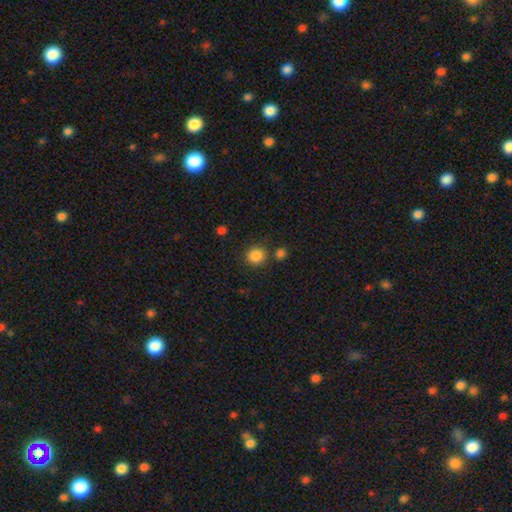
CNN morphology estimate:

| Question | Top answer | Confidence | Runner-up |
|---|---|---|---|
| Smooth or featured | smooth | 86% | star or artifact (11%) |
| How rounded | round | 90% | in between (9%) |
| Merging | none | 81% | minor disturbance (8%) |